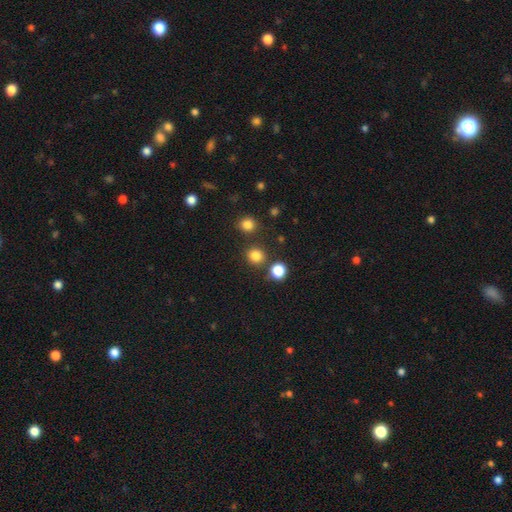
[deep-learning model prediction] A smooth galaxy with no disk features (81%) that is round (88%).

Vote fractions:
- Smooth or featured? smooth: 81% / star or artifact: 15% / featured or disk: 4%
- How rounded? round: 88% / in between: 11% / cigar-shaped: 1%
- Merging? none: 82% / merger: 8% / minor disturbance: 7% / major disturbance: 3%